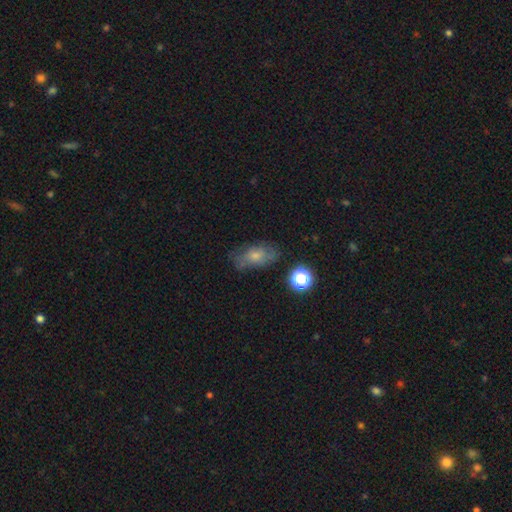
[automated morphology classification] This appears to be a smooth galaxy with no disk features (48%). Merging: none (66%).